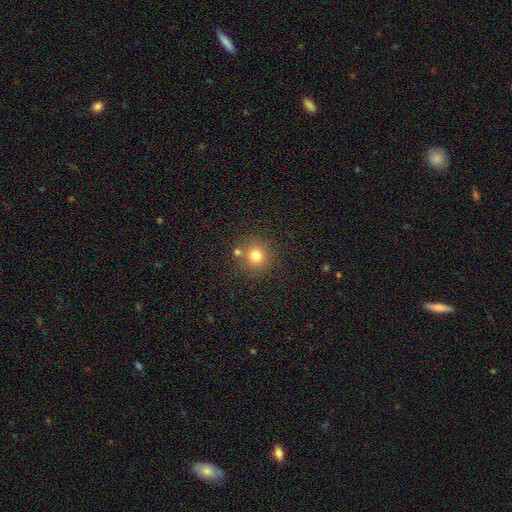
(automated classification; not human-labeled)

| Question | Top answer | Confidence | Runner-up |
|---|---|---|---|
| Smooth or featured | smooth | 76% | star or artifact (16%) |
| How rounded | round | 92% | in between (7%) |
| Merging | none | 78% | merger (11%) |